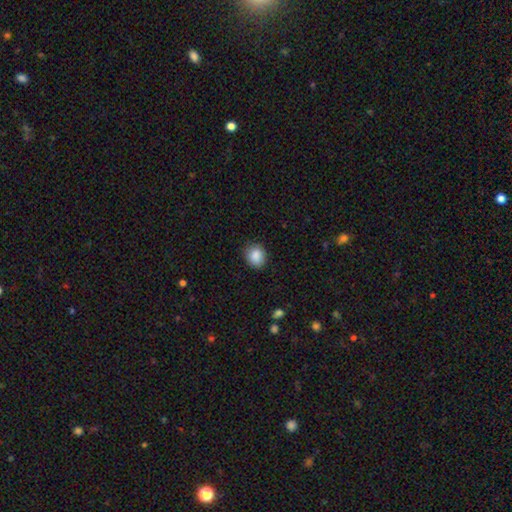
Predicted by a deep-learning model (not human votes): Smooth or featured: smooth — 88% (star or artifact — 8%)
How rounded: round — 65% (in between — 34%)
Merging: none — 83% (minor disturbance — 13%)